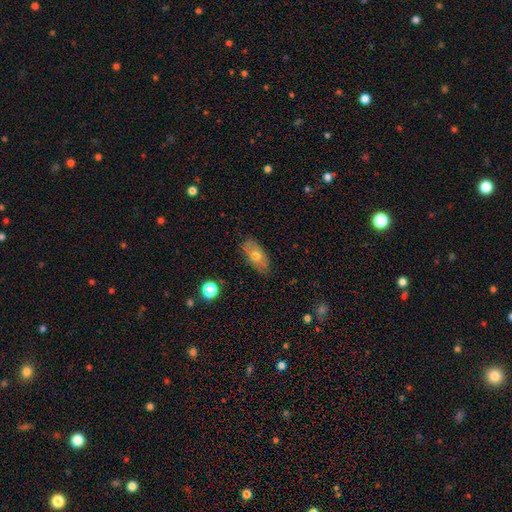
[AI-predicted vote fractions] Smooth or featured? smooth (58%)
How rounded? in between (87%)
Merging? none (77%)